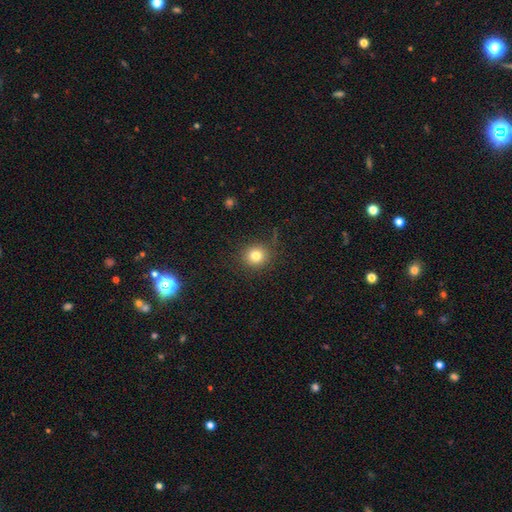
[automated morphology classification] Smooth or featured: smooth — 80% (star or artifact — 13%)
How rounded: round — 89% (in between — 10%)
Merging: none — 87% (minor disturbance — 9%)